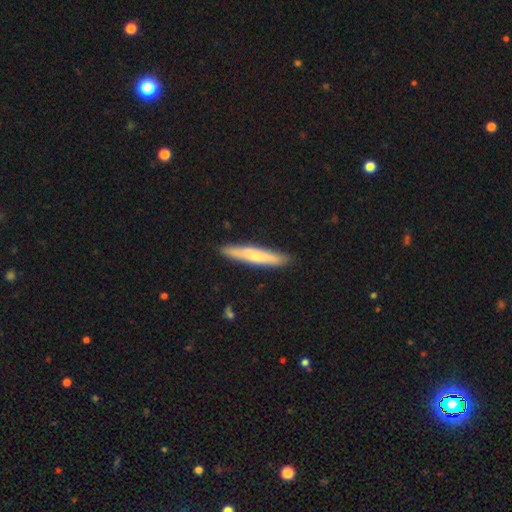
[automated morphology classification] smooth 56%, featured or disk 39%, star or artifact 6%. Down the decision tree: how rounded — cigar-shaped (92%); merging — none (88%).